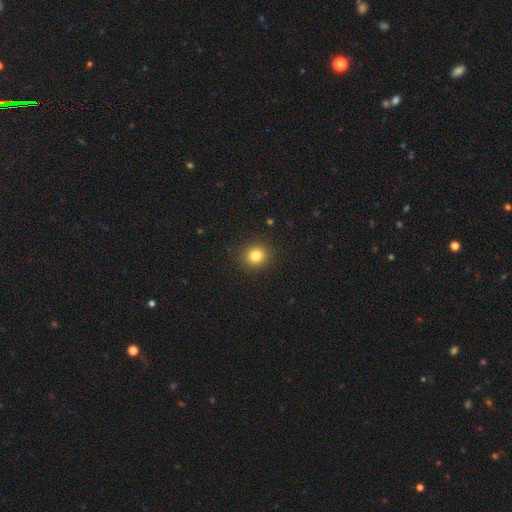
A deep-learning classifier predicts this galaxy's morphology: Smooth or featured? Predicted: smooth (p=0.82). How rounded? Predicted: round (p=0.86). Merging? Predicted: none (p=0.90).